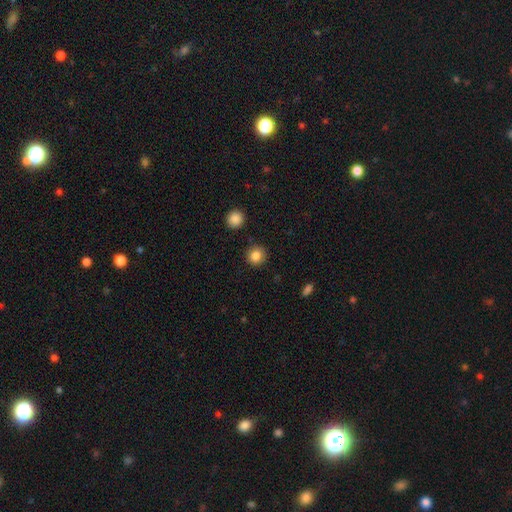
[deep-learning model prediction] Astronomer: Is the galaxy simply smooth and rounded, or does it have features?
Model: smooth — 84%.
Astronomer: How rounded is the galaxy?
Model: round — 92%.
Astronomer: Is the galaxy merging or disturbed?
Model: none — 90%.